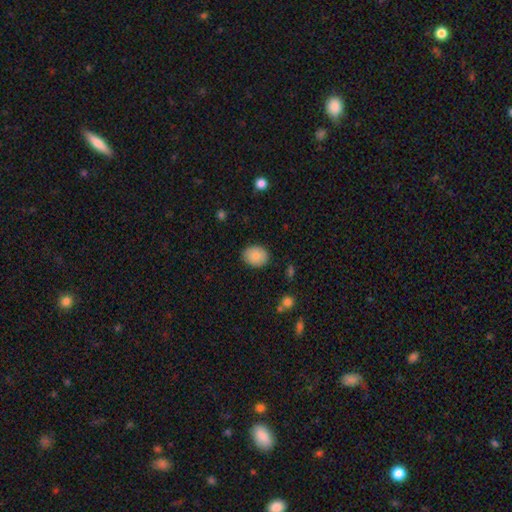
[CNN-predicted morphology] Smooth or featured? smooth (88%)
How rounded? in between (58%)
Merging? none (86%)